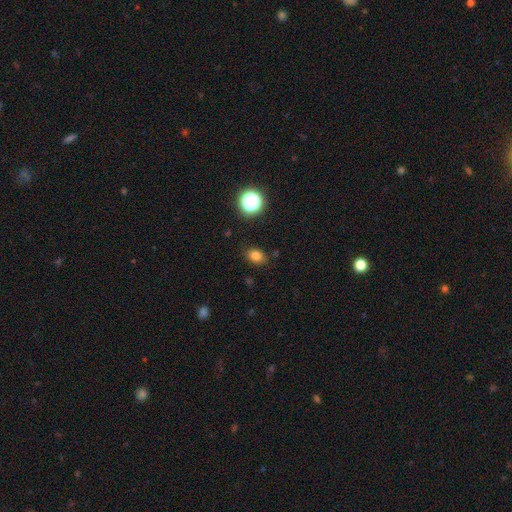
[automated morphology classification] The model was most divided on "how rounded": in between: 61%, round: 38%, cigar-shaped: 1%. More confident: merging — none (86%); smooth or featured — smooth (79%).